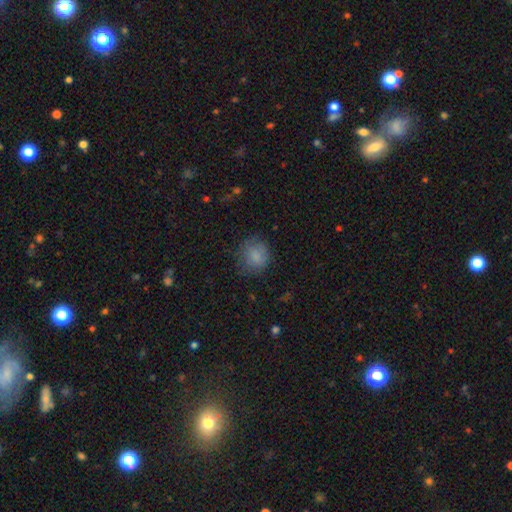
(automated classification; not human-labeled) smooth_or_featured: smooth (p=0.82) [alt: star or artifact p=0.10]
how_rounded: round (p=0.72) [alt: in between p=0.27]
merging: none (p=0.72) [alt: minor disturbance p=0.20]